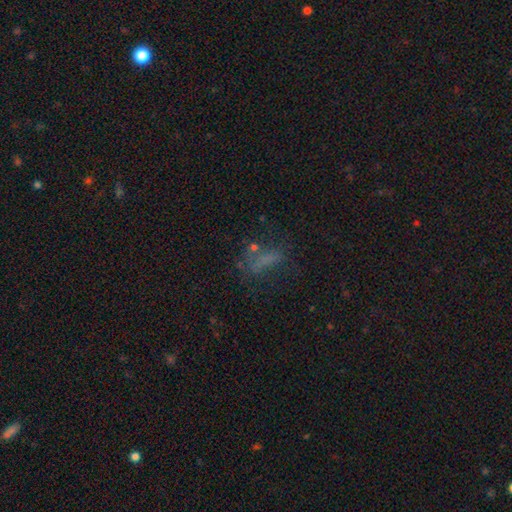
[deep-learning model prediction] Morphology: type=smooth (50%); merging=none (50%).